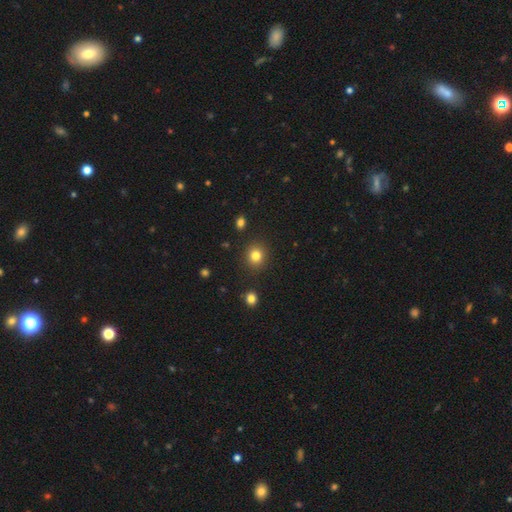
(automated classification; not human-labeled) This is clearly a smooth galaxy (82%). How rounded: clearly round (86%). Merging: clearly none (90%).